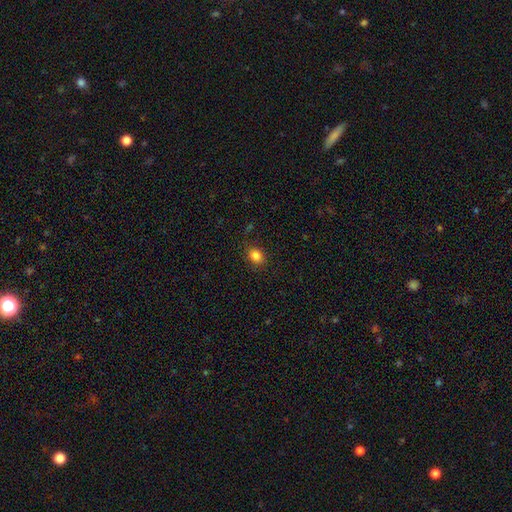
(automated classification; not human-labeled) smooth 85%, star or artifact 11%, featured or disk 5%. Down the decision tree: how rounded — in between (57%); merging — none (85%).